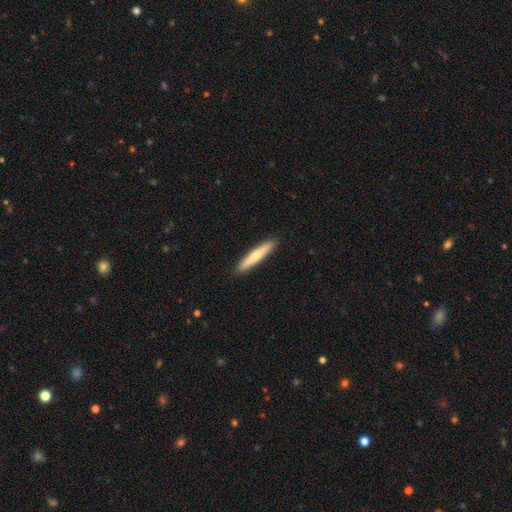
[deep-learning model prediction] Smooth or featured? Predicted: smooth (p=0.58). How rounded? Predicted: cigar-shaped (p=0.93). Merging? Predicted: none (p=0.91).